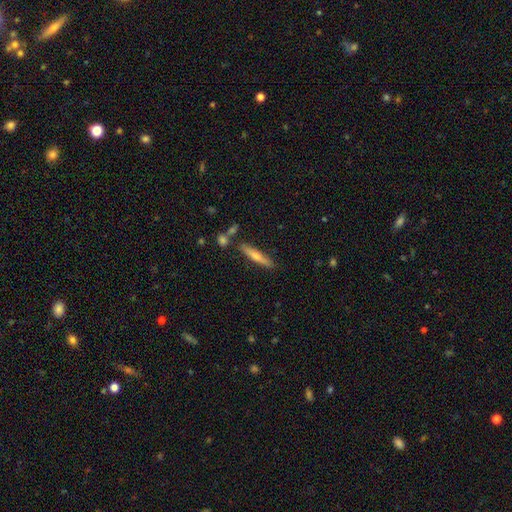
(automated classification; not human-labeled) smooth-or-featured: featured or disk: 47% | smooth: 46% | star or artifact: 7%
  merging: none: 81% | minor disturbance: 11% | merger: 6% | major disturbance: 2%